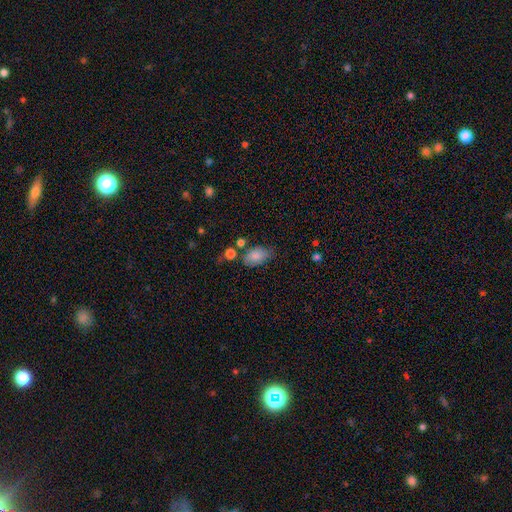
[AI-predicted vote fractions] smooth-or-featured: smooth: 84% | featured or disk: 8% | star or artifact: 8%
  how-rounded: in between: 89% | round: 9% | cigar-shaped: 2%
  merging: none: 59% | minor disturbance: 24% | merger: 9% | major disturbance: 8%